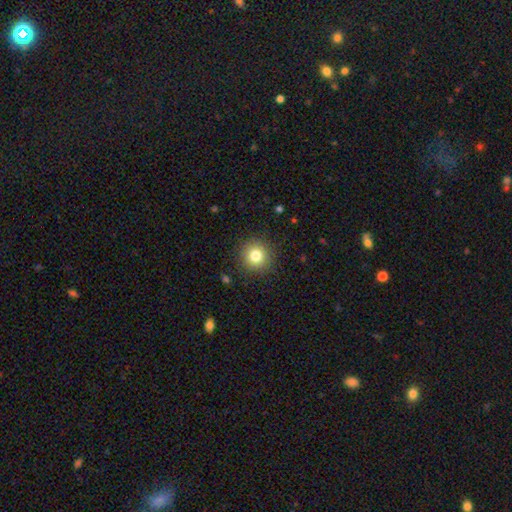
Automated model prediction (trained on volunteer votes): smooth-or-featured: smooth: 81% | star or artifact: 12% | featured or disk: 8%
  how-rounded: round: 94% | in between: 5% | cigar-shaped: 1%
  merging: none: 90% | minor disturbance: 7% | major disturbance: 2% | merger: 1%